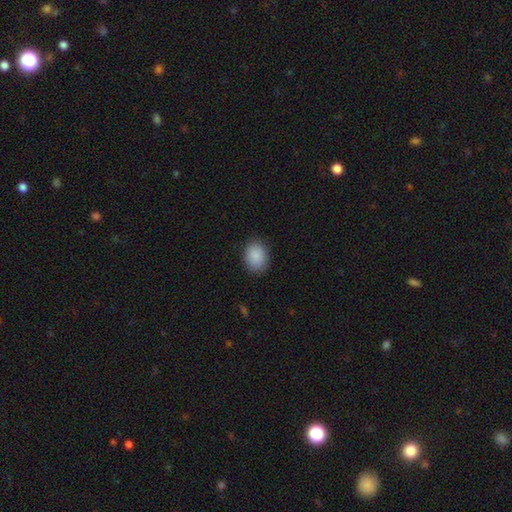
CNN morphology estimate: smooth-or-featured: smooth: 89% | star or artifact: 7% | featured or disk: 4%
  how-rounded: in between: 58% | round: 41% | cigar-shaped: 1%
  merging: none: 86% | minor disturbance: 11% | major disturbance: 3% | merger: 1%